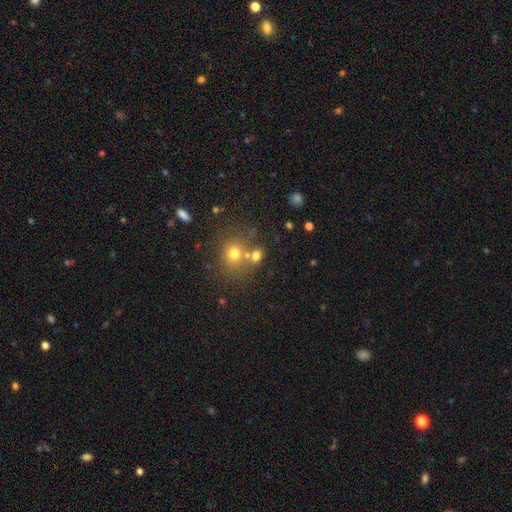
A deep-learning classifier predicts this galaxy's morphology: smooth_or_featured: smooth (p=0.69) [alt: star or artifact p=0.18]
how_rounded: round (p=0.64) [alt: in between p=0.35]
merging: none (p=0.50) [alt: merger p=0.35]